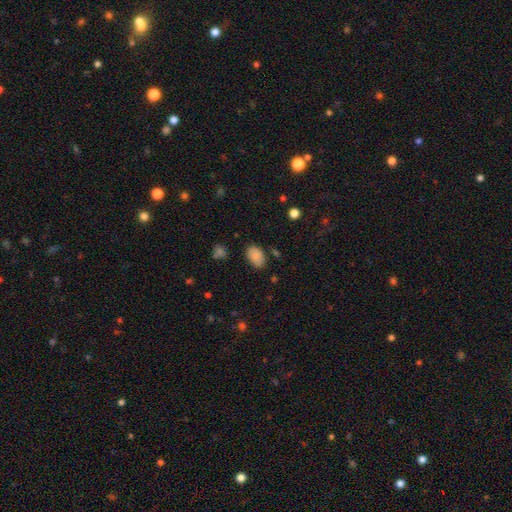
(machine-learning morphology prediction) smooth 85%, star or artifact 8%, featured or disk 6%. Down the decision tree: how rounded — in between (87%); merging — none (80%).